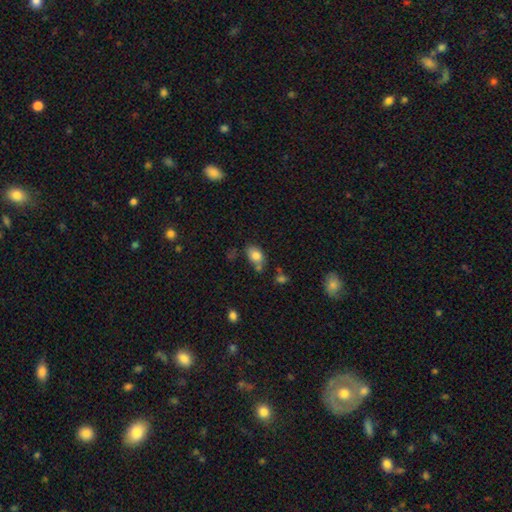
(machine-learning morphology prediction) Smooth or featured? Predicted: smooth (p=0.80). How rounded? Predicted: in between (p=0.79). Merging? Predicted: none (p=0.48).